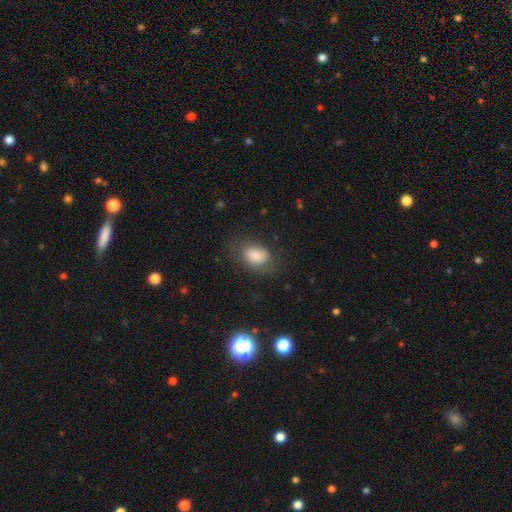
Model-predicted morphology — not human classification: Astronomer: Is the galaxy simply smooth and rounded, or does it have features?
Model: smooth — 82%.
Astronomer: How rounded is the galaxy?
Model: in between — 82%.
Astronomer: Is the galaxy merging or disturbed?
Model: none — 63%.